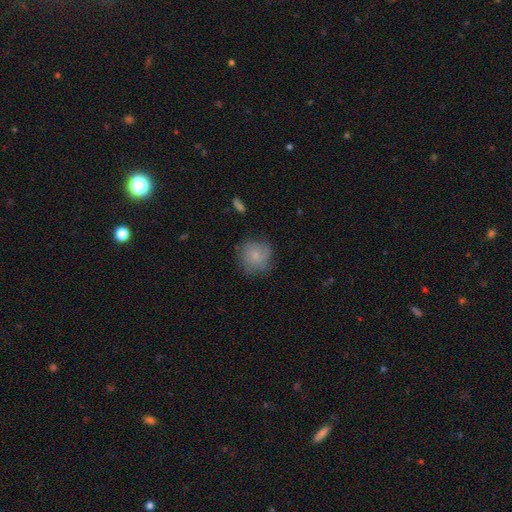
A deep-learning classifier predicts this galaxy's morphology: Smooth or featured: smooth — 73% (featured or disk — 19%)
How rounded: round — 88% (in between — 11%)
Merging: none — 68% (minor disturbance — 24%)